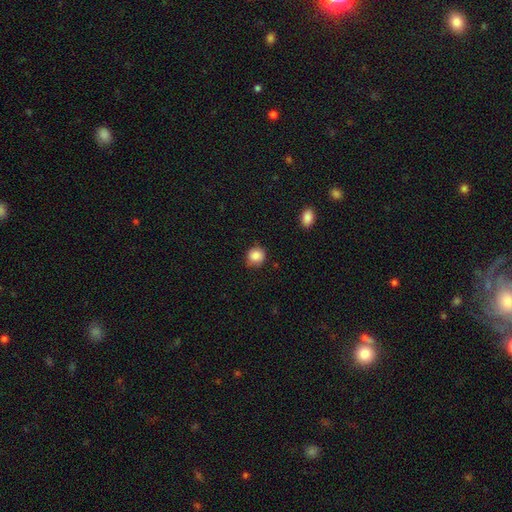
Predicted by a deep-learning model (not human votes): smooth 87%, star or artifact 9%, featured or disk 4%. Down the decision tree: how rounded — round (85%); merging — none (81%).